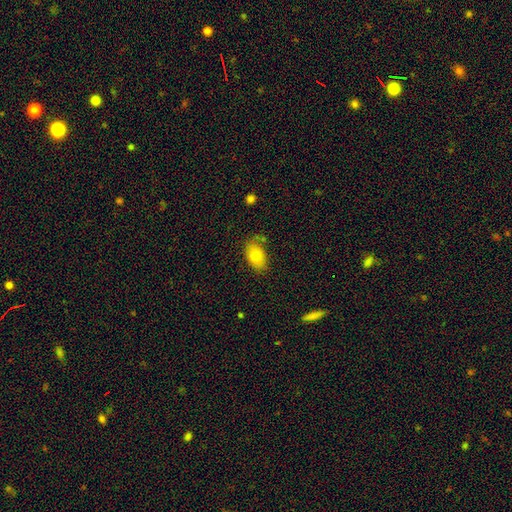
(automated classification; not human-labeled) smooth-or-featured: smooth: 80% | featured or disk: 12% | star or artifact: 8%
  how-rounded: in between: 87% | round: 11% | cigar-shaped: 1%
  merging: none: 72% | minor disturbance: 19% | major disturbance: 4% | merger: 4%